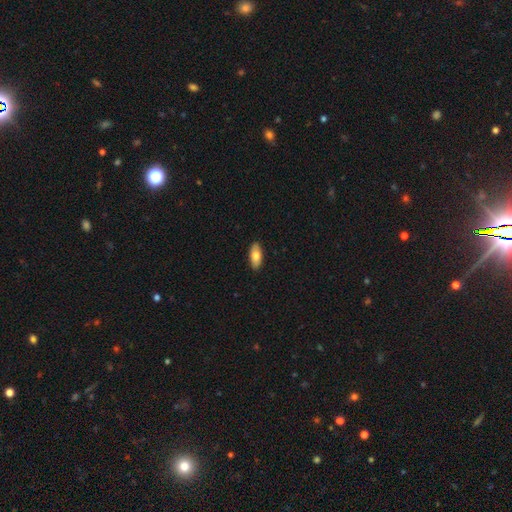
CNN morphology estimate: smooth_or_featured: smooth (p=0.77) [alt: featured or disk p=0.17]
how_rounded: in between (p=0.85) [alt: cigar-shaped p=0.13]
merging: none (p=0.90) [alt: minor disturbance p=0.08]